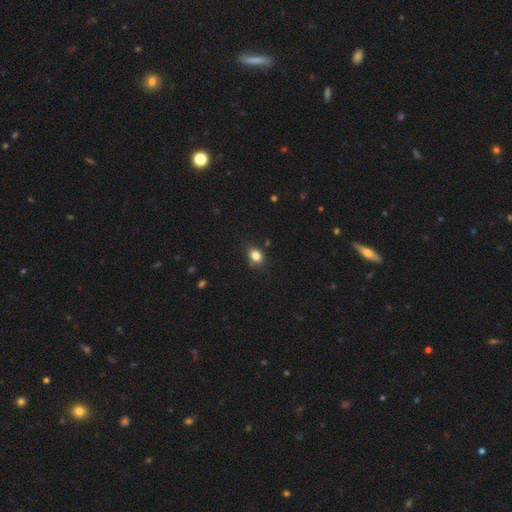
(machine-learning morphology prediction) Smooth or featured? Predicted: smooth (p=0.83). How rounded? Predicted: in between (p=0.61). Merging? Predicted: none (p=0.78).